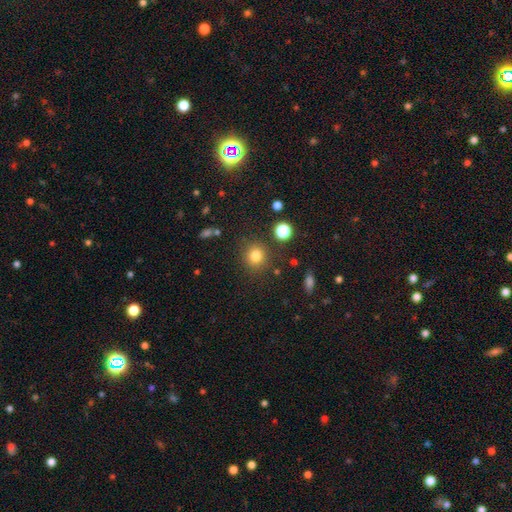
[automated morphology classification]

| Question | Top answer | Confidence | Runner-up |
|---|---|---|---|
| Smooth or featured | smooth | 79% | star or artifact (14%) |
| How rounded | round | 89% | in between (10%) |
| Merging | none | 85% | minor disturbance (8%) |